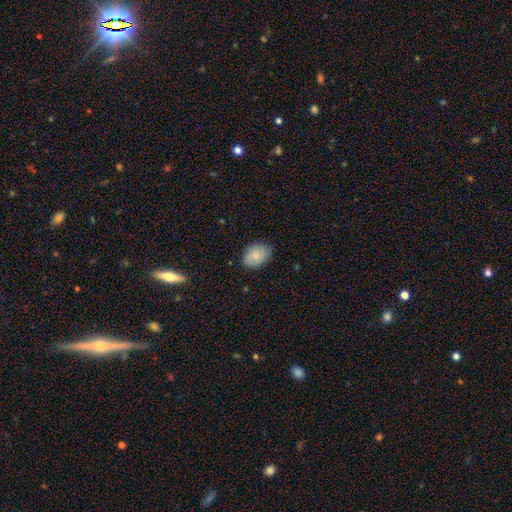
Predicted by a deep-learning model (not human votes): A smooth galaxy with no disk features (82%) that is in between round and cigar-shaped (76%).

Vote fractions:
- Smooth or featured? smooth: 82% / featured or disk: 11% / star or artifact: 7%
- How rounded? in between: 76% / round: 23% / cigar-shaped: 1%
- Merging? none: 82% / minor disturbance: 14% / major disturbance: 3% / merger: 1%